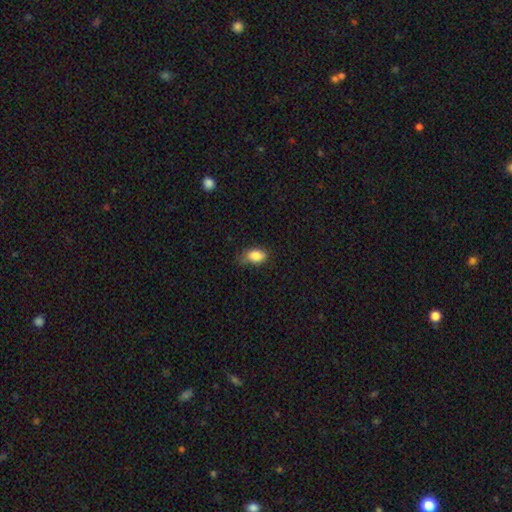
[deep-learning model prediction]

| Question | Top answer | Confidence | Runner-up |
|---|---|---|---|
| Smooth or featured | smooth | 85% | star or artifact (8%) |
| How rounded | in between | 88% | round (10%) |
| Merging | none | 57% | minor disturbance (33%) |